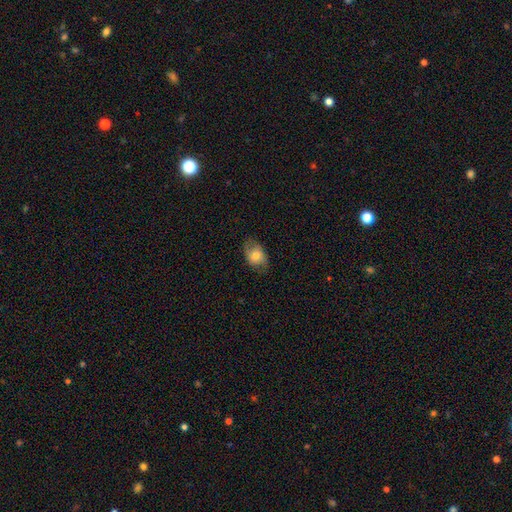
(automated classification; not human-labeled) A smooth galaxy with no disk features (66%) that is in between round and cigar-shaped (74%).

Vote fractions:
- Smooth or featured? smooth: 66% / featured or disk: 26% / star or artifact: 8%
- How rounded? in between: 74% / round: 25% / cigar-shaped: 1%
- Merging? none: 71% / minor disturbance: 21% / major disturbance: 7% / merger: 1%